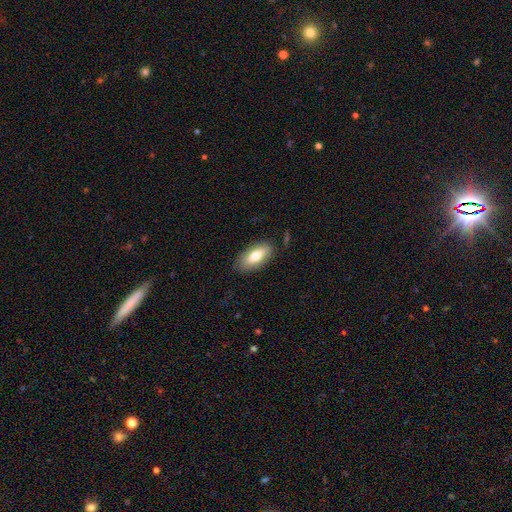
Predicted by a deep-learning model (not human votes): smooth-or-featured: smooth: 72% | featured or disk: 22% | star or artifact: 7%
  how-rounded: in between: 84% | cigar-shaped: 13% | round: 3%
  merging: none: 83% | minor disturbance: 13% | major disturbance: 3% | merger: 2%